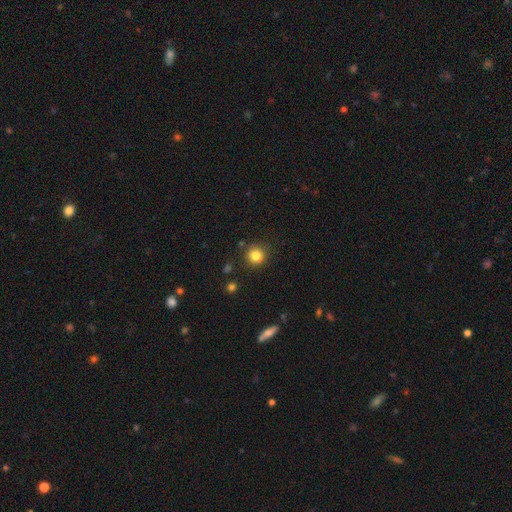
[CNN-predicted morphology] Smooth or featured: smooth — 83% (star or artifact — 11%)
How rounded: round — 93% (in between — 6%)
Merging: none — 87% (minor disturbance — 8%)